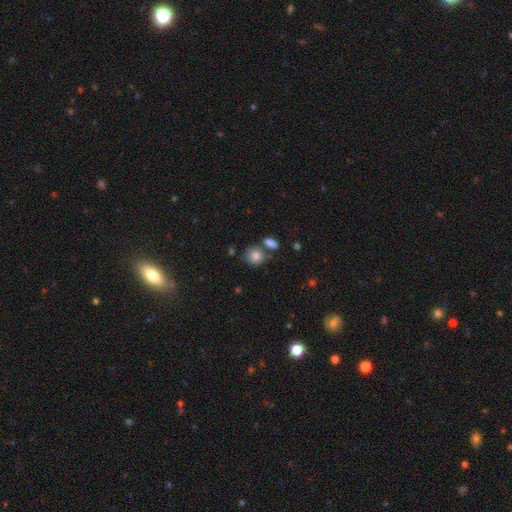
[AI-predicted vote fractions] This is clearly a smooth galaxy (83%). How rounded: likely round (77%). Merging: likely none (64%).